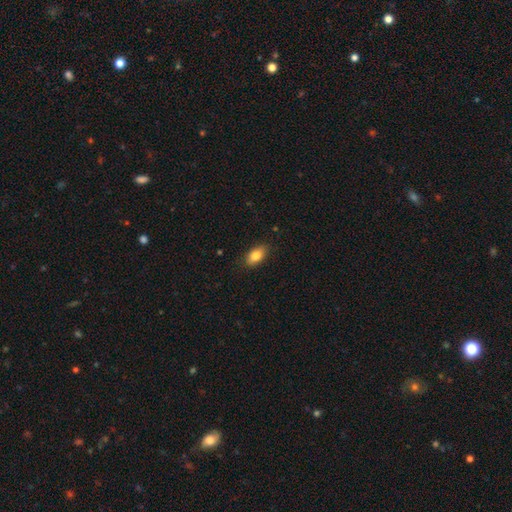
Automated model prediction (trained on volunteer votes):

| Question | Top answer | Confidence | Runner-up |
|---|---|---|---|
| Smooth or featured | smooth | 83% | featured or disk (9%) |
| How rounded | in between | 89% | round (6%) |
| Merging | none | 86% | minor disturbance (11%) |